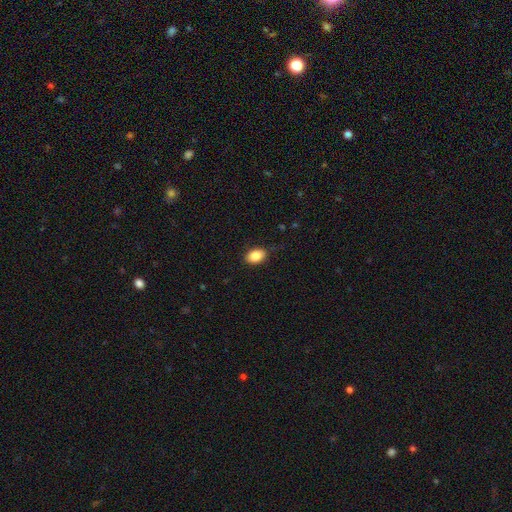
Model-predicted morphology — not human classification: Smooth or featured? smooth (85%)
How rounded? in between (83%)
Merging? none (82%)